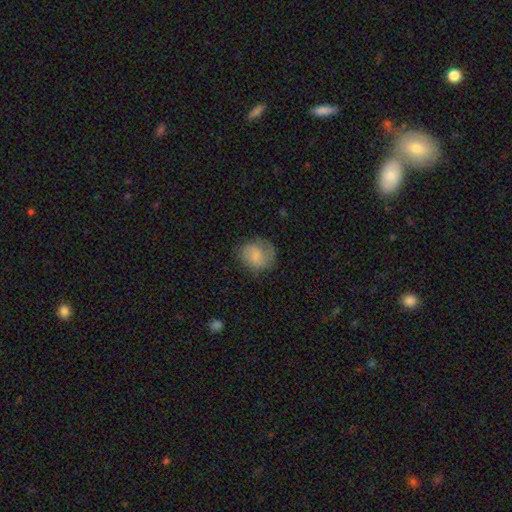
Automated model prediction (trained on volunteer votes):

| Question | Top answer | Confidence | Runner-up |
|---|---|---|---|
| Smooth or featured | smooth | 67% | featured or disk (26%) |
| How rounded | round | 75% | in between (24%) |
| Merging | none | 68% | minor disturbance (21%) |